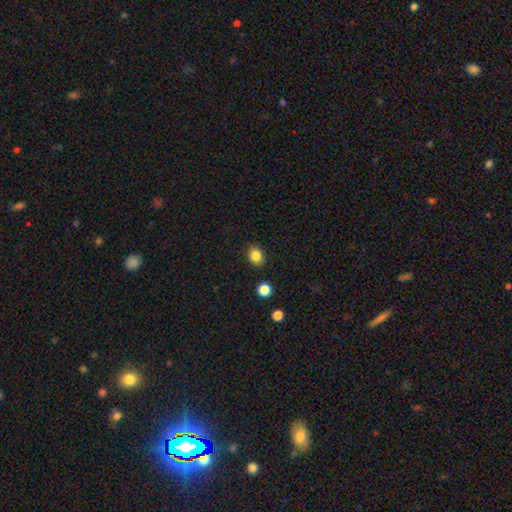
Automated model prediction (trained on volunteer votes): Smooth or featured?
  - smooth: 84% *
  - star or artifact: 10%
  - featured or disk: 5%
How rounded?
  - in between: 52% *
  - round: 47%
  - cigar-shaped: 1%
Merging?
  - none: 88% *
  - minor disturbance: 8%
  - major disturbance: 2%
  - merger: 2%